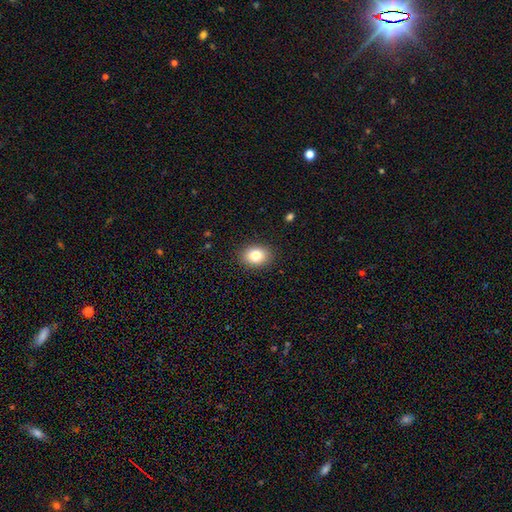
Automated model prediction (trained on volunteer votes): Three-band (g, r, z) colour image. It shows a smooth galaxy with no disk features (82%) that is in between round and cigar-shaped (55%). Merging: none (89%).